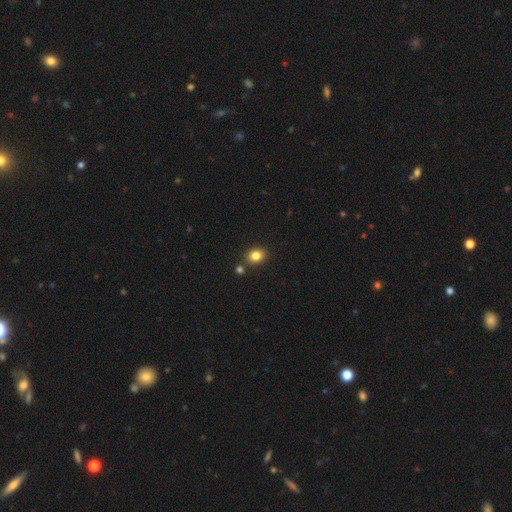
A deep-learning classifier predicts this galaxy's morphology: Smooth or featured? Predicted: smooth (p=0.83). How rounded? Predicted: round (p=0.52). Merging? Predicted: none (p=0.79).